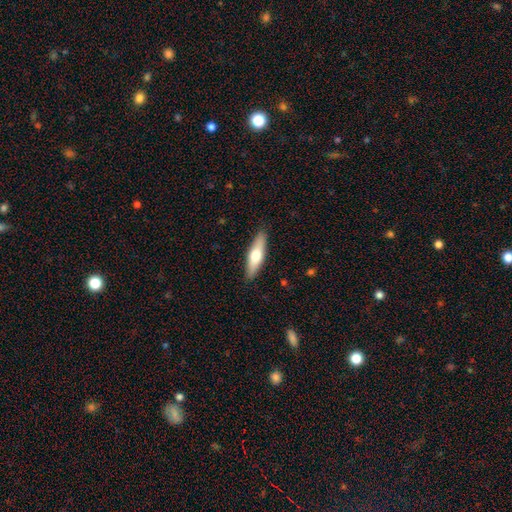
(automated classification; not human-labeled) smooth 56%, featured or disk 38%, star or artifact 5%. Down the decision tree: how rounded — cigar-shaped (65%); merging — none (89%).